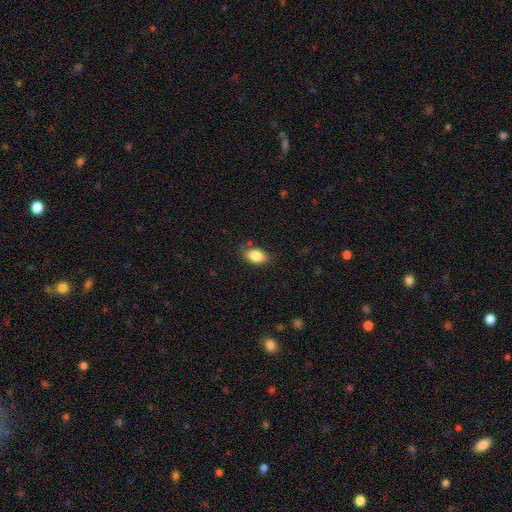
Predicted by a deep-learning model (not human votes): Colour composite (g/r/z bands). It shows a smooth galaxy with no disk features (86%) that is in between round and cigar-shaped (87%). Merging: none (79%).